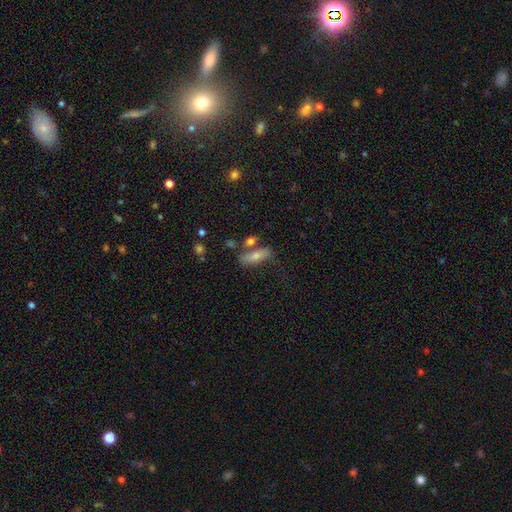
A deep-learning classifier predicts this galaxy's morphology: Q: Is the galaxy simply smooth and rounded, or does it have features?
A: smooth — 61%.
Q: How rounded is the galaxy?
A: cigar-shaped — 48%, tied with in between.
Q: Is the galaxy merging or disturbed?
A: none — 56%.